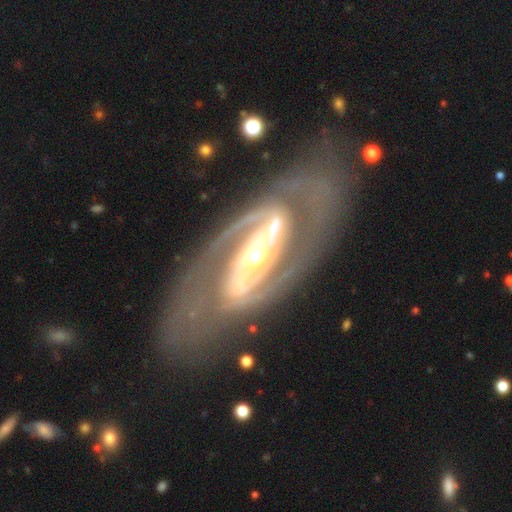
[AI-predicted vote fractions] Smooth or featured? Predicted: featured or disk (p=0.91). Edge-on disk? Predicted: no (p=0.95). Bar? Predicted: strong (p=0.61). Spiral arms? Predicted: yes (p=0.95). Spiral winding? Predicted: medium (p=0.49). Spiral arm count? Predicted: 2 (p=0.91). Bulge size? Predicted: moderate (p=0.53). Merging? Predicted: none (p=0.75).